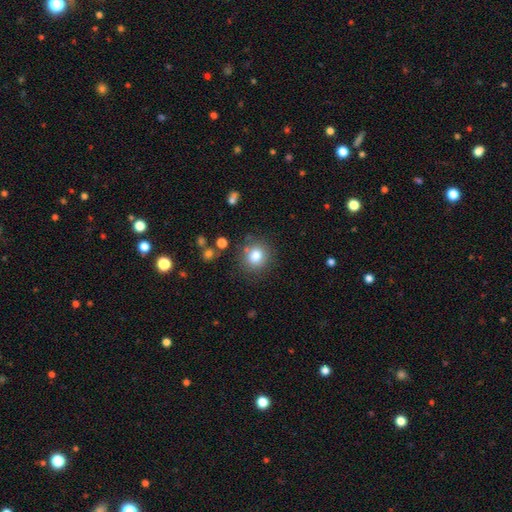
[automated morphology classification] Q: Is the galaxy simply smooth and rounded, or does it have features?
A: smooth — 82%.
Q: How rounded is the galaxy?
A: round — 85%.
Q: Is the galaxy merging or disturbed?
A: none — 81%.